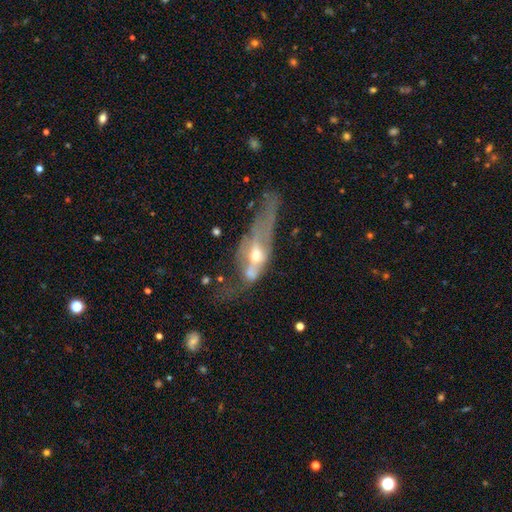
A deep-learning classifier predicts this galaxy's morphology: Smooth or featured: featured or disk — 63% (smooth — 29%)
Edge-on disk: no — 68% (yes — 32%)
Merging: major disturbance — 41% (merger — 22%)